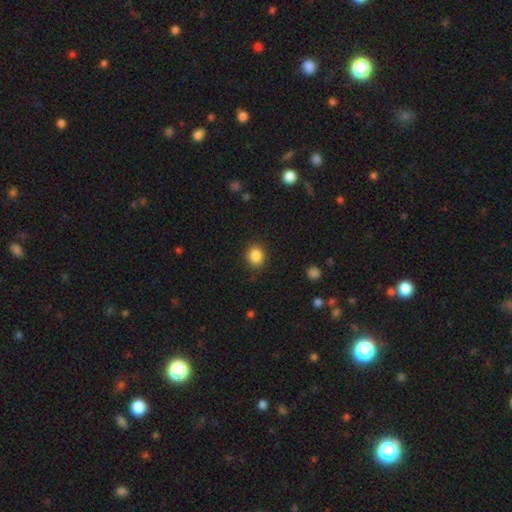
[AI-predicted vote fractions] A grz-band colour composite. It shows a smooth galaxy with no disk features (86%) that is round (68%). Merging: none (88%).